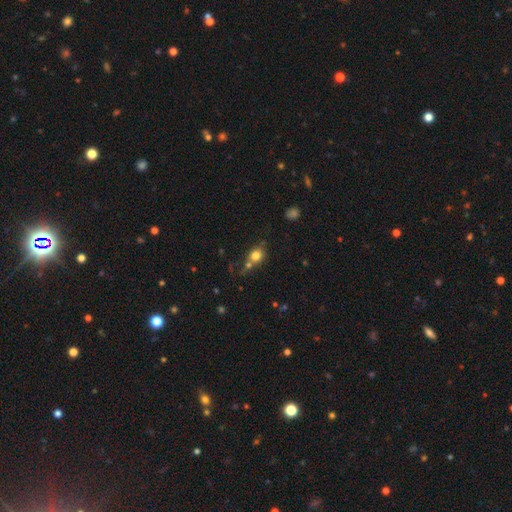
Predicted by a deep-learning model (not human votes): Smooth or featured? smooth (78%)
How rounded? round (70%)
Merging? none (52%)